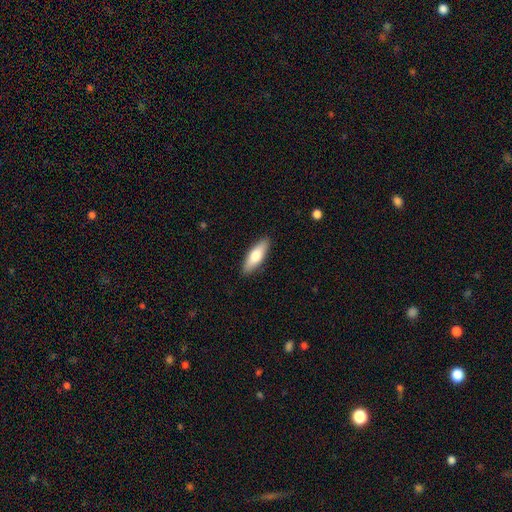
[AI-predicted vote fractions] Smooth or featured?
  - smooth: 72% *
  - featured or disk: 23%
  - star or artifact: 5%
How rounded?
  - in between: 58% *
  - cigar-shaped: 40%
  - round: 2%
Merging?
  - none: 89% *
  - minor disturbance: 8%
  - major disturbance: 2%
  - merger: 1%